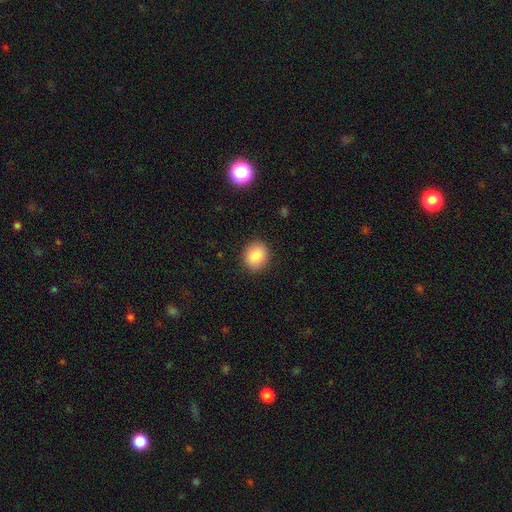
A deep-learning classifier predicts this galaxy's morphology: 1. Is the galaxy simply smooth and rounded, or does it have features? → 86% smooth, 8% star or artifact, 6% featured or disk.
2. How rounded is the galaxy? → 73% round, 26% in between, 1% cigar-shaped.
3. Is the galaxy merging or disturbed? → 89% none, 7% minor disturbance, 2% major disturbance, 1% merger.